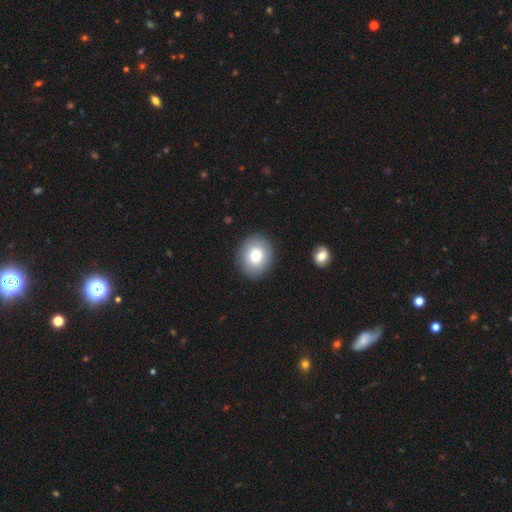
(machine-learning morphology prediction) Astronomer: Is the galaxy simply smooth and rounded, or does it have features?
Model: smooth — 81%.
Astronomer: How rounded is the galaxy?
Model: round — 58% (runner-up: in between, 41%).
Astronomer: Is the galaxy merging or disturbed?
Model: none — 88%.